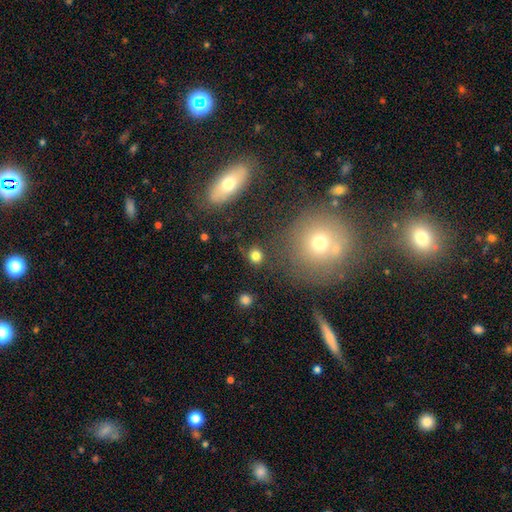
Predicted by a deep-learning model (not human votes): Smooth or featured? smooth (80%)
How rounded? round (82%)
Merging? none (84%)